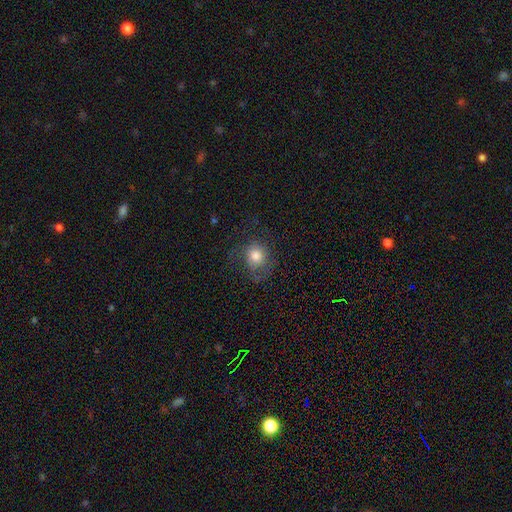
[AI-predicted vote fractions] smooth 71%, featured or disk 20%, star or artifact 10%. Down the decision tree: how rounded — round (77%); merging — none (57%).